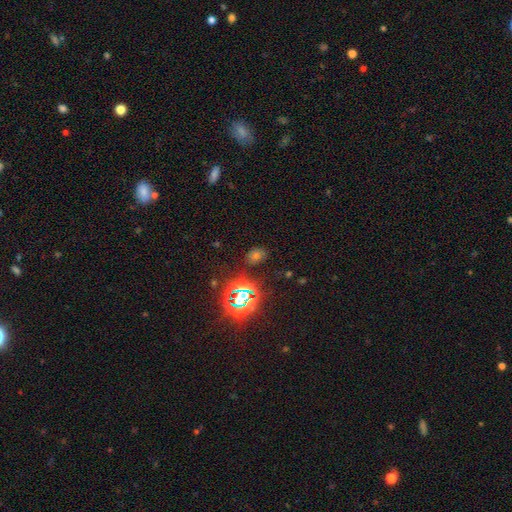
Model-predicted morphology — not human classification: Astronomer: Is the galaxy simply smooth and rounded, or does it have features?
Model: star or artifact — 51% (runner-up: smooth, 41%).